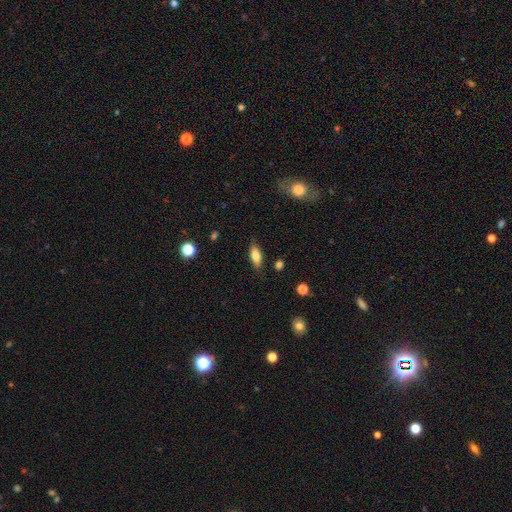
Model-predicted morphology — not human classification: The model was most divided on "how rounded": in between: 72%, cigar-shaped: 25%, round: 3%. More confident: merging — none (83%); smooth or featured — smooth (74%).